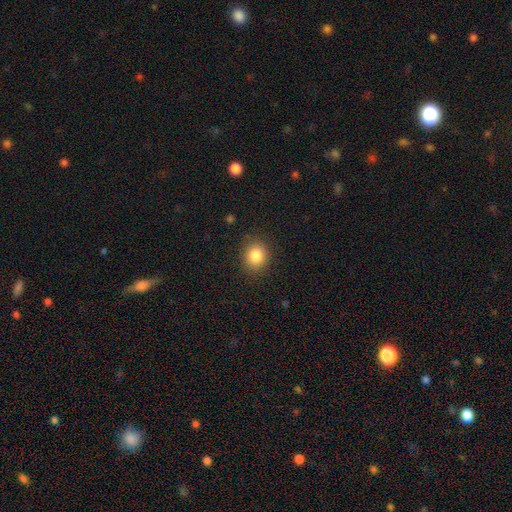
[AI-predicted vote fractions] The model was most divided on "how rounded": round: 67%, in between: 32%, cigar-shaped: 1%. More confident: merging — none (86%); smooth or featured — smooth (85%).